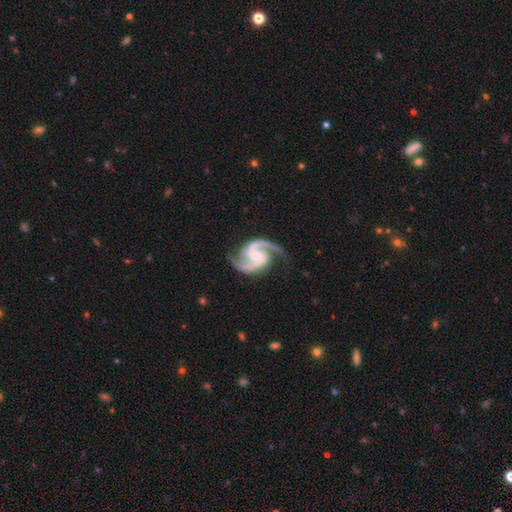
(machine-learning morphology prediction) A featured or disk galaxy (94%) with a weak bar (46%), 2 (94%) medium (67%) spiral arms (99%) and a small central bulge (44%). Merging: none (78%).